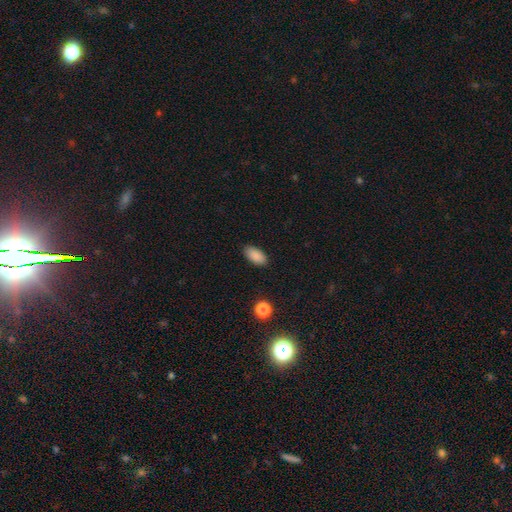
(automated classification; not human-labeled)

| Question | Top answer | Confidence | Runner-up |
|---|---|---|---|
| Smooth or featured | smooth | 88% | star or artifact (8%) |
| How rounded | in between | 93% | cigar-shaped (4%) |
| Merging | none | 88% | minor disturbance (8%) |